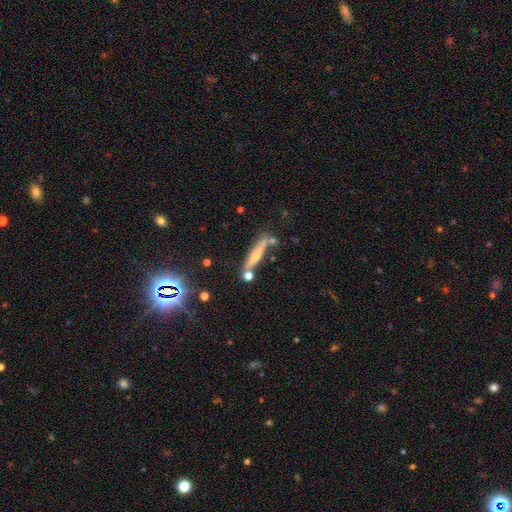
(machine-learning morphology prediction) Smooth or featured? Predicted: smooth (p=0.50). How rounded? Predicted: cigar-shaped (p=0.88). Merging? Predicted: none (p=0.66).